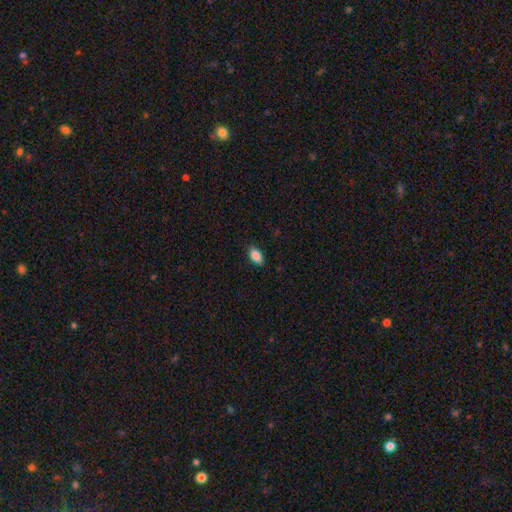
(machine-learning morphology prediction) Overall: smooth (87%). How rounded: in between (91%). Merging: none (87%).